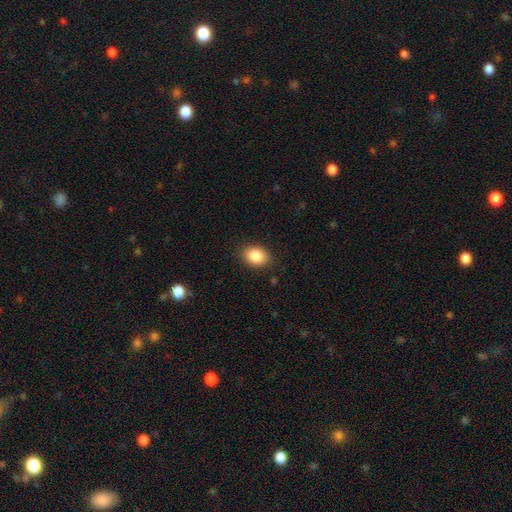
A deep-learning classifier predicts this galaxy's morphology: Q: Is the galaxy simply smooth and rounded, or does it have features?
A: smooth — 87%.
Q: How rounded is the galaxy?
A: in between — 76%.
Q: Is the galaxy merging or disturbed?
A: none — 87%.